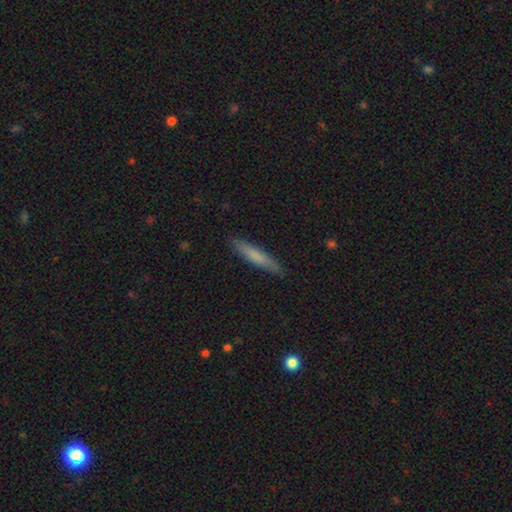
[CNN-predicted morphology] smooth_or_featured: smooth (p=0.73) [alt: featured or disk p=0.22]
how_rounded: cigar-shaped (p=0.90) [alt: in between p=0.09]
merging: none (p=0.88) [alt: minor disturbance p=0.09]